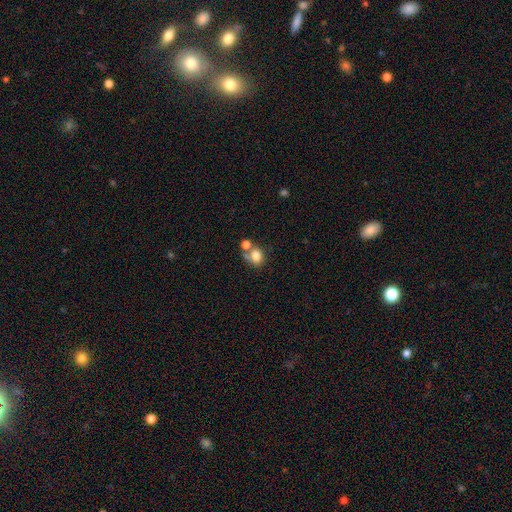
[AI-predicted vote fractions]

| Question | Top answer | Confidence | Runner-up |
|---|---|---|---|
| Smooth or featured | smooth | 78% | featured or disk (12%) |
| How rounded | round | 58% | in between (41%) |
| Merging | merger | 42% | none (41%) |